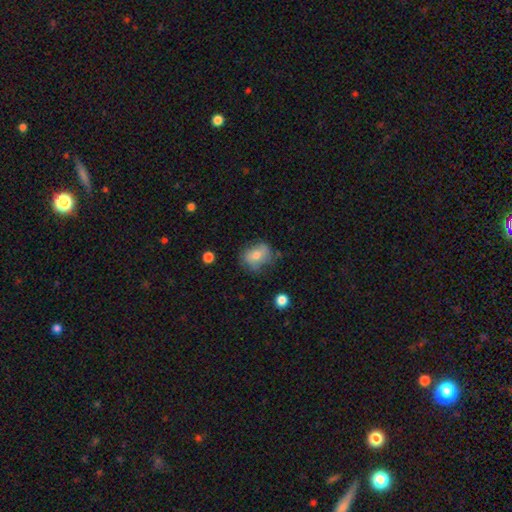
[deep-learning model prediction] smooth-or-featured: smooth: 69% | featured or disk: 22% | star or artifact: 9%
  how-rounded: in between: 61% | round: 38% | cigar-shaped: 1%
  merging: none: 57% | minor disturbance: 29% | major disturbance: 11% | merger: 3%